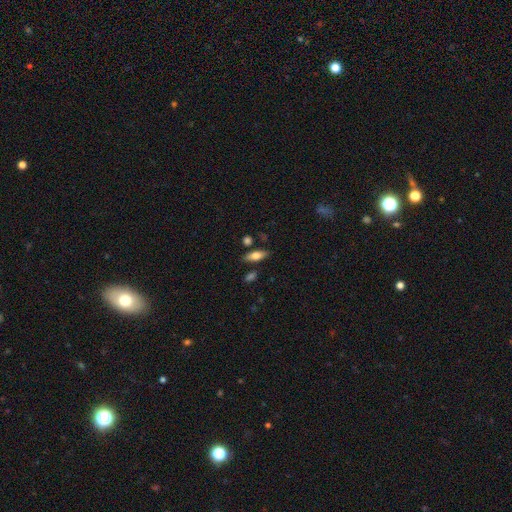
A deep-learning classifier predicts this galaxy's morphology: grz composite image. It shows a smooth galaxy with no disk features (66%) that is in between round and cigar-shaped (70%). Merging: none (80%).